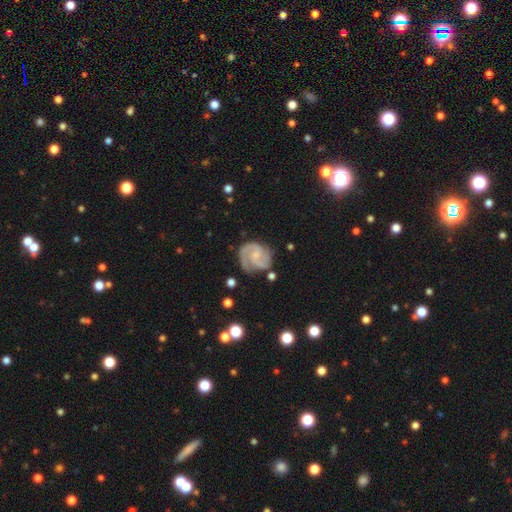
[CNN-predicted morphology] smooth-or-featured: featured or disk: 87% | smooth: 8% | star or artifact: 5%
  disk-edge-on: no: 98% | yes: 2%
    bar: no: 56% | weak: 37% | strong: 7%
    has-spiral-arms: yes: 97% | no: 3%
      spiral-winding: tight: 46% | medium: 45% | loose: 9%
      spiral-arm-count: 2: 79% | 3: 9% | can't tell: 5% | 1: 3% | 4: 2% | more than 4: 2%
    bulge-size: small: 55% | moderate: 23% | none: 19% | large: 2% | dominant: 1%
  merging: none: 70% | minor disturbance: 20% | major disturbance: 7% | merger: 3%